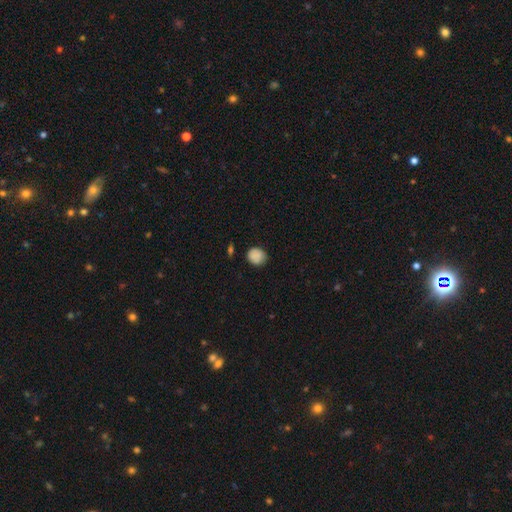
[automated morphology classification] Smooth or featured? Predicted: smooth (p=0.86). How rounded? Predicted: round (p=0.75). Merging? Predicted: none (p=0.75).